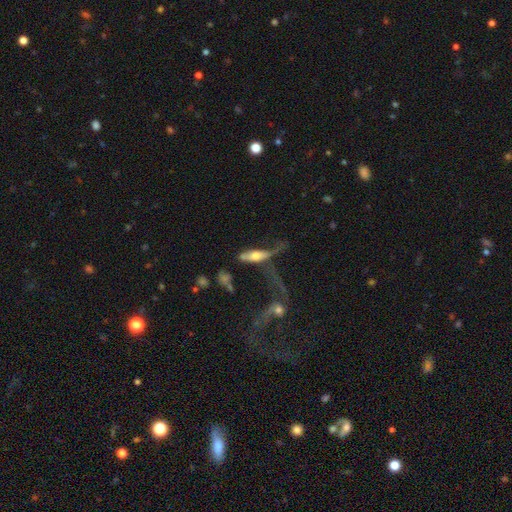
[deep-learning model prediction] This appears to be a smooth galaxy with no disk features (49%). Merging: major disturbance (39%).